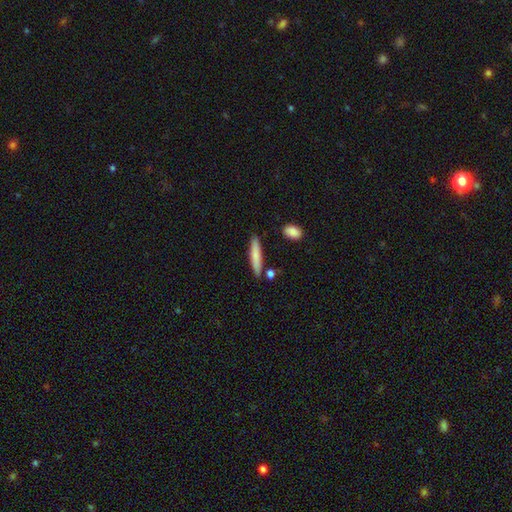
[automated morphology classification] Smooth or featured: smooth — 78% (featured or disk — 16%)
How rounded: cigar-shaped — 87% (in between — 11%)
Merging: none — 84% (minor disturbance — 10%)